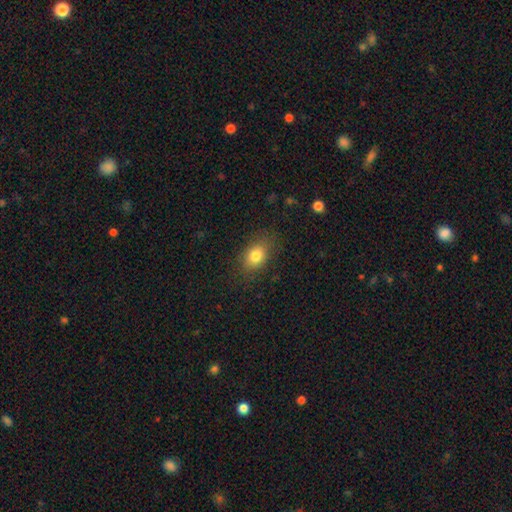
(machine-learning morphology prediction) Q: Smooth or featured?
A: smooth (80%); runner-up: star or artifact (10%)
Q: How rounded?
A: in between (72%); runner-up: round (27%)
Q: Merging?
A: none (83%); runner-up: minor disturbance (12%)